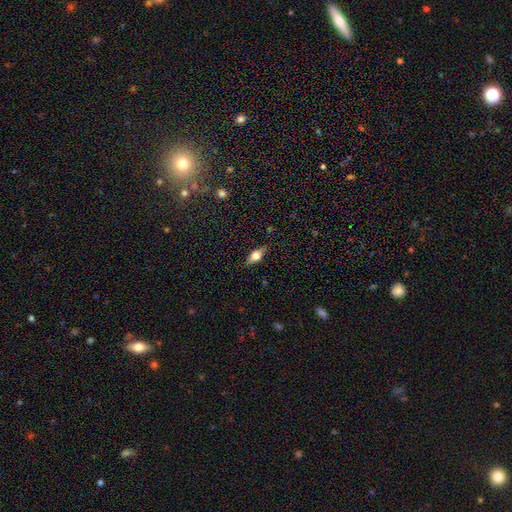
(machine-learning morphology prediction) Q: Smooth or featured?
A: smooth (59%); runner-up: featured or disk (32%)
Q: How rounded?
A: in between (78%); runner-up: cigar-shaped (14%)
Q: Merging?
A: none (83%); runner-up: minor disturbance (13%)